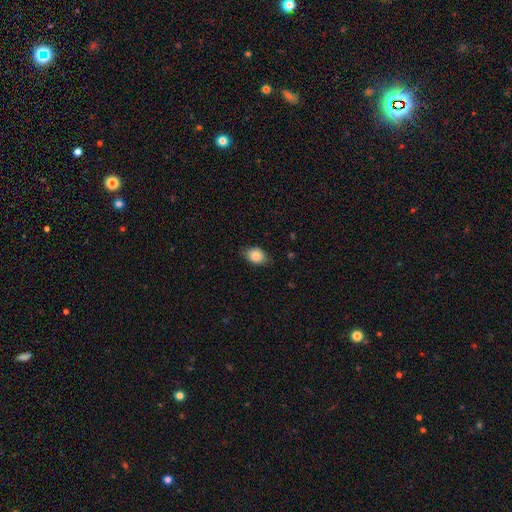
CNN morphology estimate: smooth_or_featured: smooth (p=0.86) [alt: star or artifact p=0.08]
how_rounded: in between (p=0.72) [alt: round p=0.26]
merging: none (p=0.79) [alt: minor disturbance p=0.17]